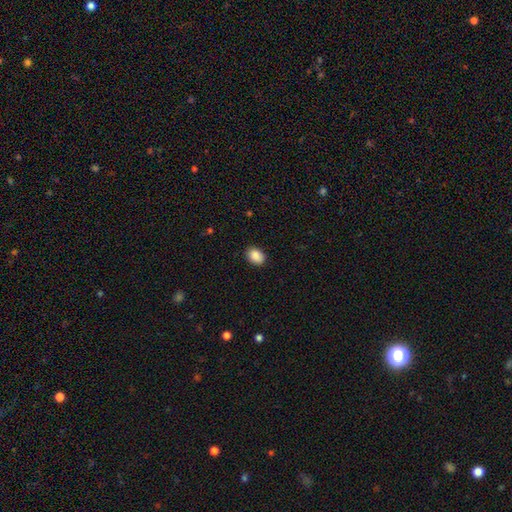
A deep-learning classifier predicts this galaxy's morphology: type=smooth (89%); roundness=in between (72%); merging=none (89%).